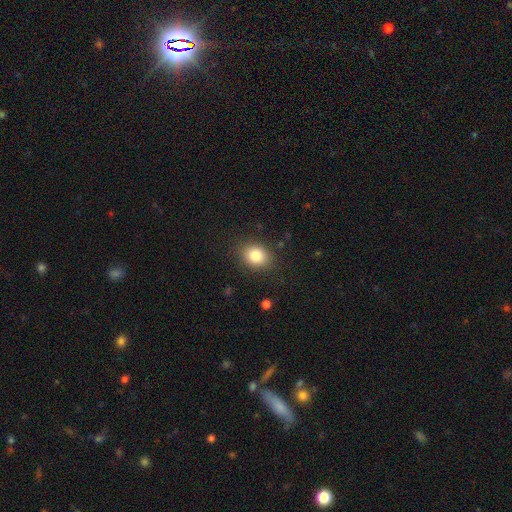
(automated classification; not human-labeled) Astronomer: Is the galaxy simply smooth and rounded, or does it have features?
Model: smooth — 83%.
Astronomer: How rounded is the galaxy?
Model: round — 51% (runner-up: in between, 48%).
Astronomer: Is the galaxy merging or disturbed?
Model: none — 86%.